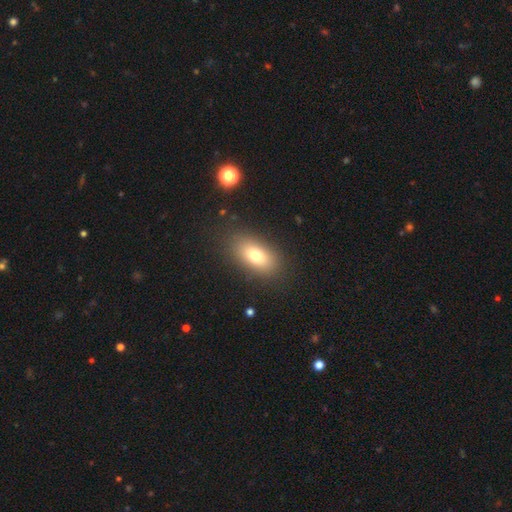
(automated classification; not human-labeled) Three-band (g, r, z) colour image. It shows a smooth galaxy with no disk features (75%) that is in between round and cigar-shaped (87%). Merging: none (85%).